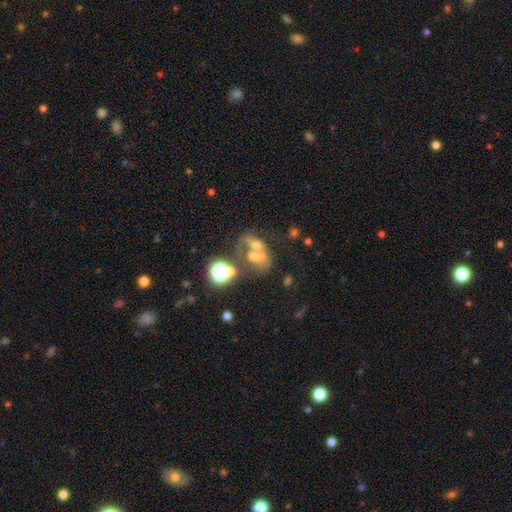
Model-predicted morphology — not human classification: Q: Smooth or featured?
A: featured or disk (36%); runner-up: star or artifact (33%)
Q: Merging?
A: merger (49%); runner-up: none (24%)